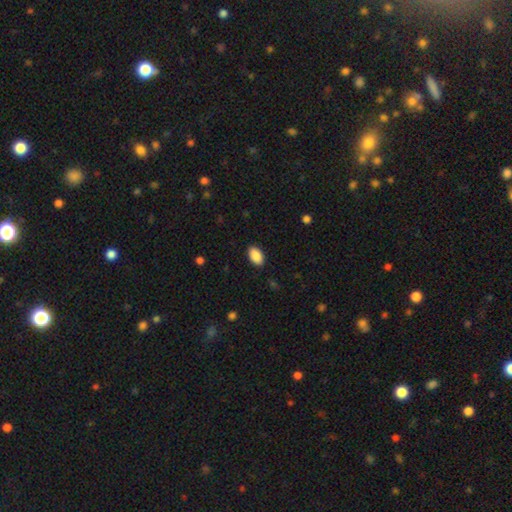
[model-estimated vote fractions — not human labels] Smooth or featured?
  - smooth: 89% *
  - star or artifact: 7%
  - featured or disk: 4%
How rounded?
  - in between: 93% *
  - round: 6%
  - cigar-shaped: 1%
Merging?
  - none: 88% *
  - minor disturbance: 9%
  - major disturbance: 2%
  - merger: 1%